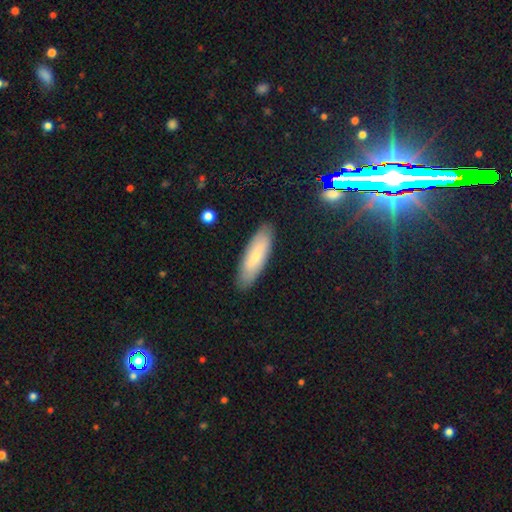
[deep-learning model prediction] Smooth or featured? Predicted: smooth (p=0.66). How rounded? Predicted: cigar-shaped (p=0.50). Merging? Predicted: none (p=0.87).